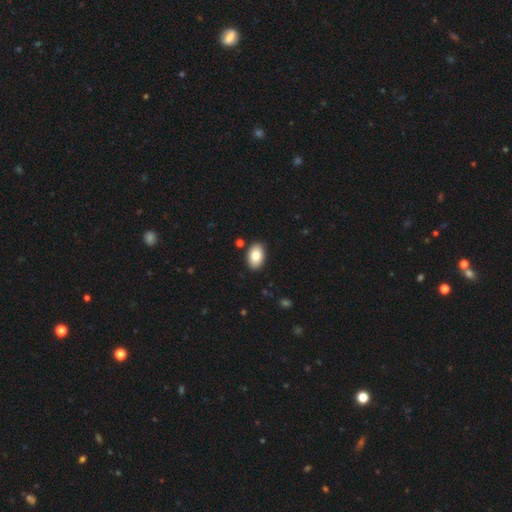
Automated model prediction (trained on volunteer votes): Morphology: type=smooth (81%); roundness=in between (90%); merging=none (88%).